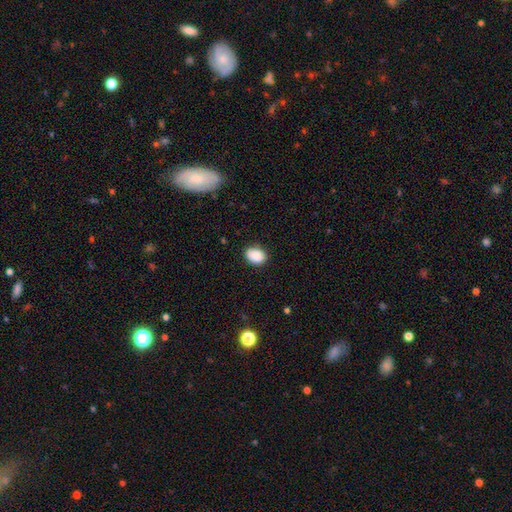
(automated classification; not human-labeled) smooth_or_featured: smooth (p=0.87) [alt: star or artifact p=0.08]
how_rounded: in between (p=0.68) [alt: round p=0.31]
merging: none (p=0.77) [alt: minor disturbance p=0.18]